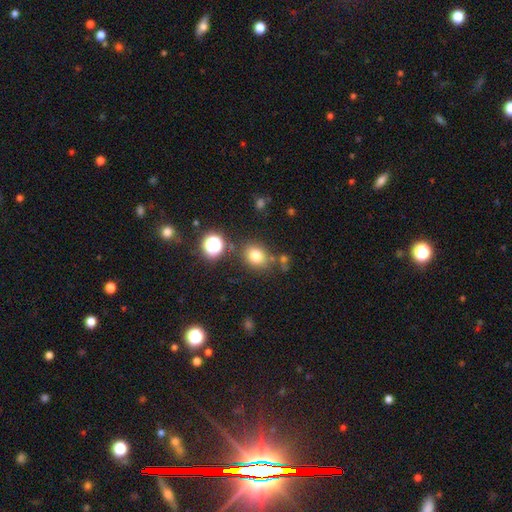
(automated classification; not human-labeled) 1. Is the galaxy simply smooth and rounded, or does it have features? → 76% smooth, 15% star or artifact, 8% featured or disk.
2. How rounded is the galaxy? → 59% round, 40% in between, 1% cigar-shaped.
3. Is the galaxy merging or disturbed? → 77% none, 12% minor disturbance, 7% merger, 4% major disturbance.